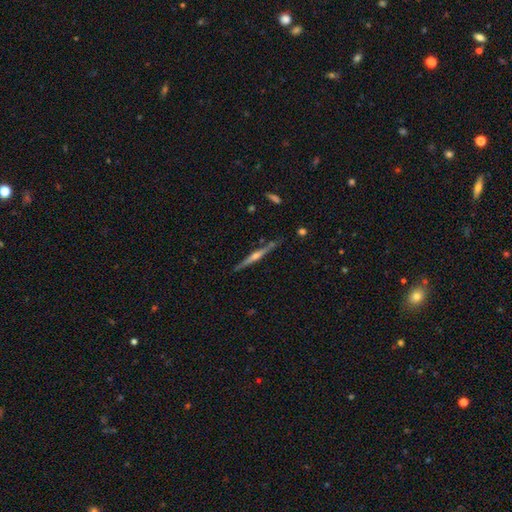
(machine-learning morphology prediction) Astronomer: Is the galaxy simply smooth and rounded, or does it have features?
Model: featured or disk — 81%.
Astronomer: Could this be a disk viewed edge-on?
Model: yes — 98%.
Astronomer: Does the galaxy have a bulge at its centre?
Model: rounded — 86%.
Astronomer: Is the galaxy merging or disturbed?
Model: none — 89%.